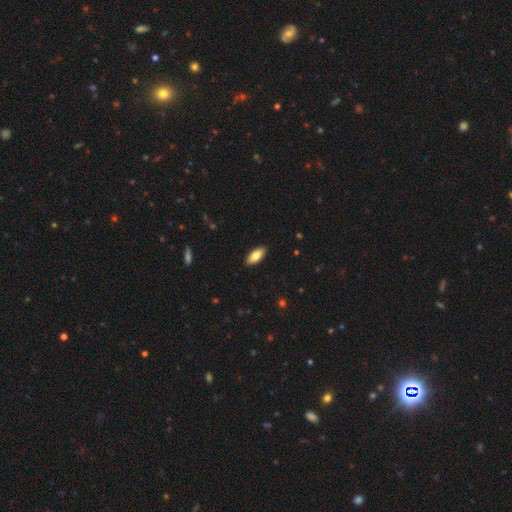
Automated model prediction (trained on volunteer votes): smooth 81%, featured or disk 12%, star or artifact 6%. Down the decision tree: how rounded — in between (85%); merging — none (90%).